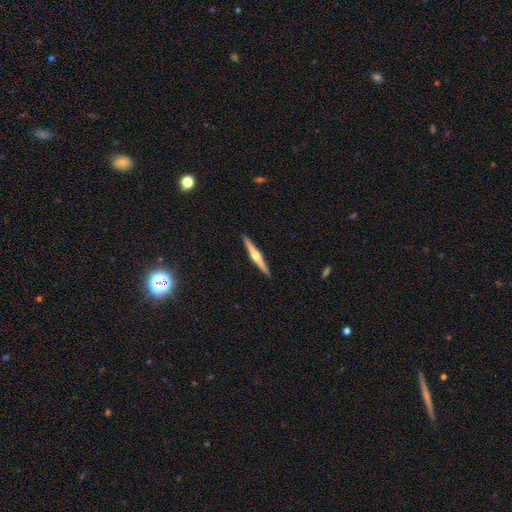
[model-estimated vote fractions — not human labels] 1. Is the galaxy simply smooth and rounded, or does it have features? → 73% featured or disk, 22% smooth, 5% star or artifact.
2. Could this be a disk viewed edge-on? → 98% yes, 2% no.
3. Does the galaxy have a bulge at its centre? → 94% rounded, 3% none, 3% boxy.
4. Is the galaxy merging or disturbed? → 92% none, 6% minor disturbance, 1% major disturbance, 1% merger.